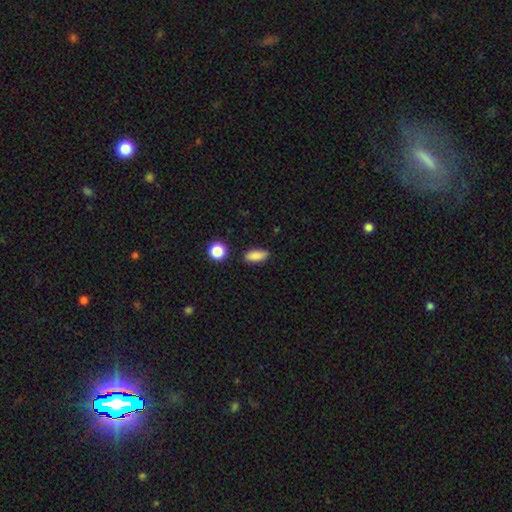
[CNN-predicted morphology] type=smooth (86%); roundness=in between (75%); merging=none (85%).